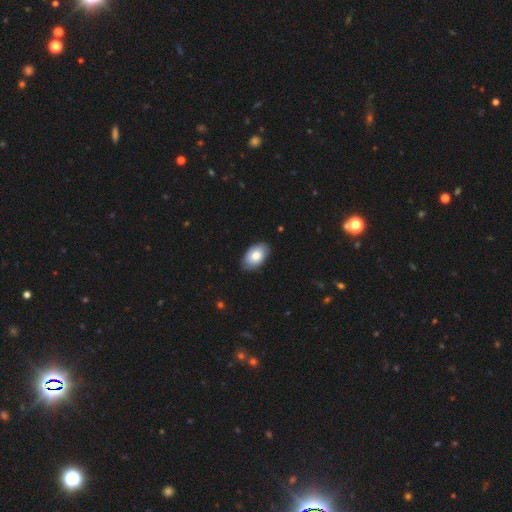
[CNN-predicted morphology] A smooth galaxy with no disk features (79%) that is in between round and cigar-shaped (93%).

Vote fractions:
- Smooth or featured? smooth: 79% / featured or disk: 15% / star or artifact: 6%
- How rounded? in between: 93% / round: 6% / cigar-shaped: 1%
- Merging? none: 82% / minor disturbance: 15% / major disturbance: 2% / merger: 1%